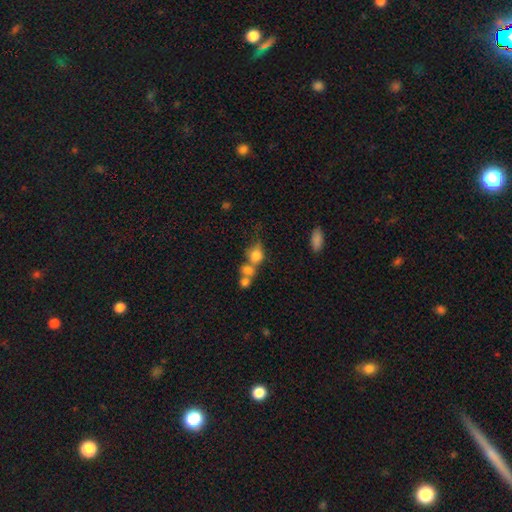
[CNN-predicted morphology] Q: Smooth or featured?
A: smooth (72%); runner-up: featured or disk (17%)
Q: How rounded?
A: round (61%); runner-up: in between (36%)
Q: Merging?
A: merger (52%); runner-up: none (27%)